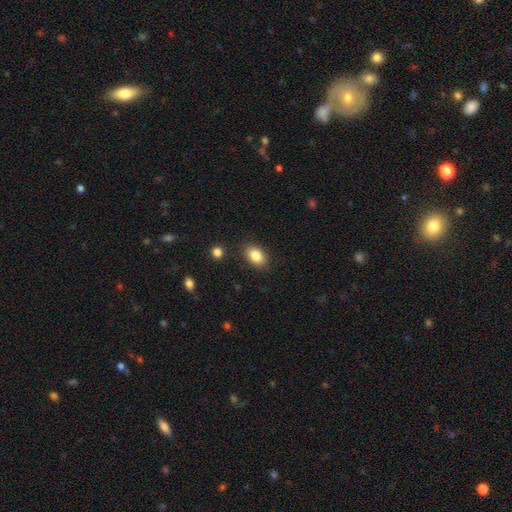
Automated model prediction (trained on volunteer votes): smooth_or_featured: smooth (p=0.84) [alt: star or artifact p=0.08]
how_rounded: in between (p=0.85) [alt: round p=0.14]
merging: none (p=0.86) [alt: minor disturbance p=0.10]